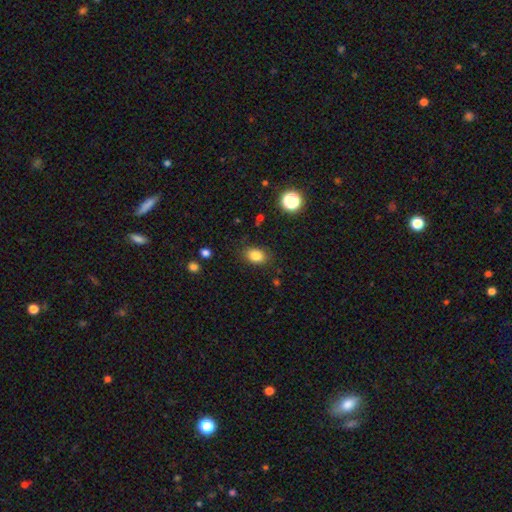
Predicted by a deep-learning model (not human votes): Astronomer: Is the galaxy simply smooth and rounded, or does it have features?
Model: smooth — 83%.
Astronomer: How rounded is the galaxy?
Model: in between — 77%.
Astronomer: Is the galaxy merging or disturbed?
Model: none — 84%.